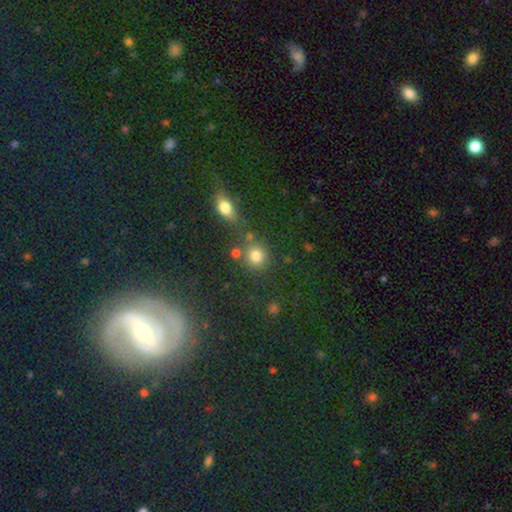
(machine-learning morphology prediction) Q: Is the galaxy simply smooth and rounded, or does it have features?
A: smooth — 78%.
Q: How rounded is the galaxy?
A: round — 85%.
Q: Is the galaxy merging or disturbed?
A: none — 71%.